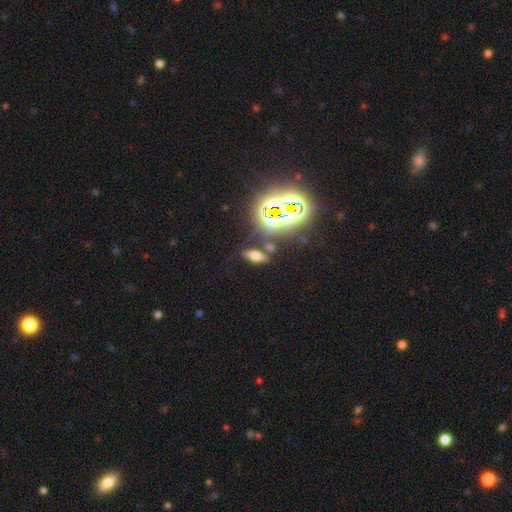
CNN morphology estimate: Overall: smooth (42%; star or artifact 38%). Merging: none (78%).